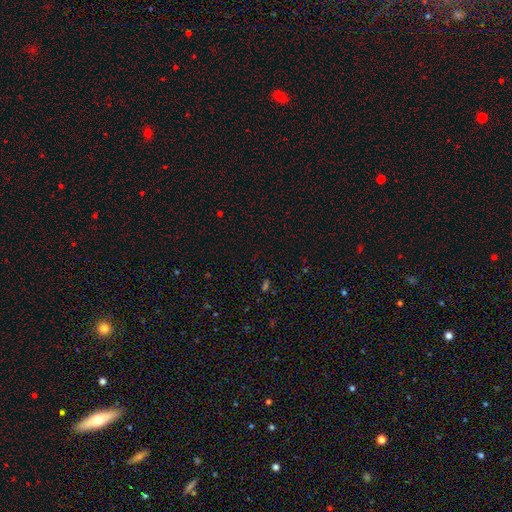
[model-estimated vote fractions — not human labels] Smooth or featured? star or artifact (63%)